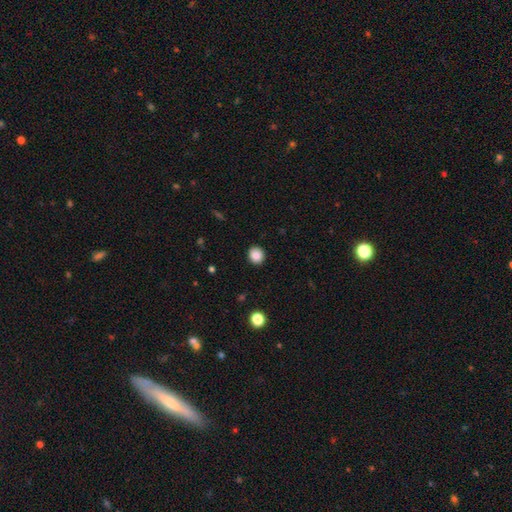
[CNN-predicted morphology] Smooth or featured? Predicted: smooth (p=0.86). How rounded? Predicted: round (p=0.89). Merging? Predicted: none (p=0.92).